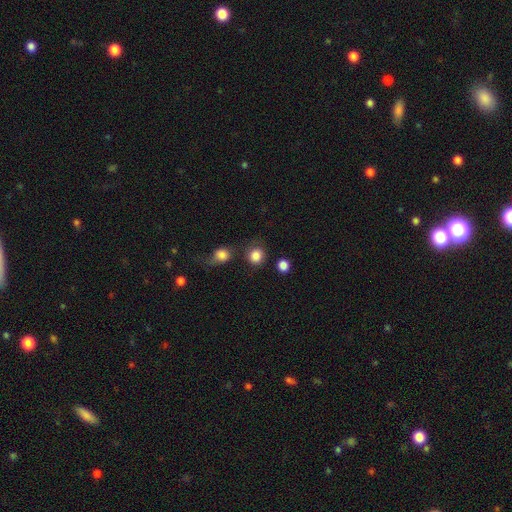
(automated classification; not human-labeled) Overall: smooth (85%). How rounded: round (87%). Merging: none (71%).